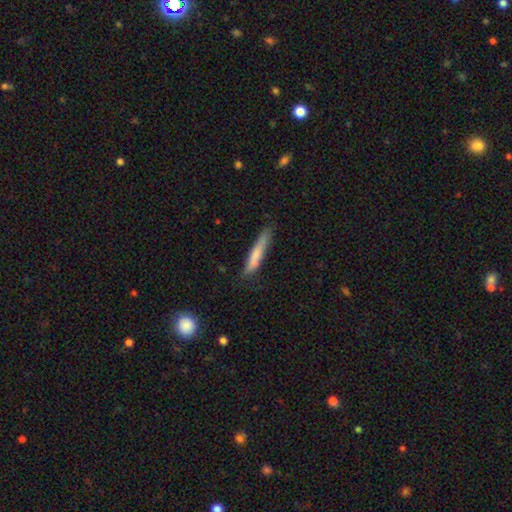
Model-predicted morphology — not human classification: Overall: smooth (71%). How rounded: cigar-shaped (92%). Merging: none (70%).